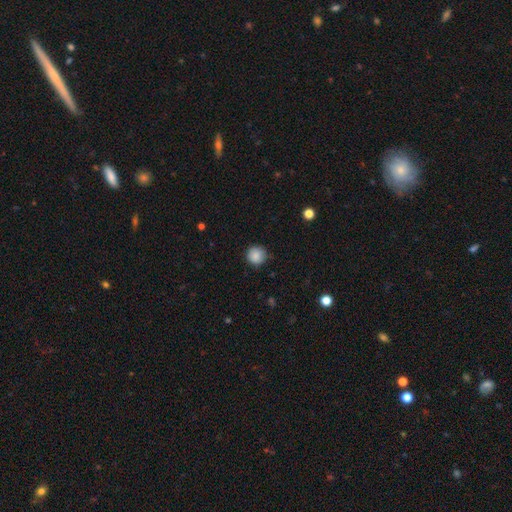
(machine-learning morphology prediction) Smooth or featured? smooth (88%)
How rounded? round (94%)
Merging? none (85%)